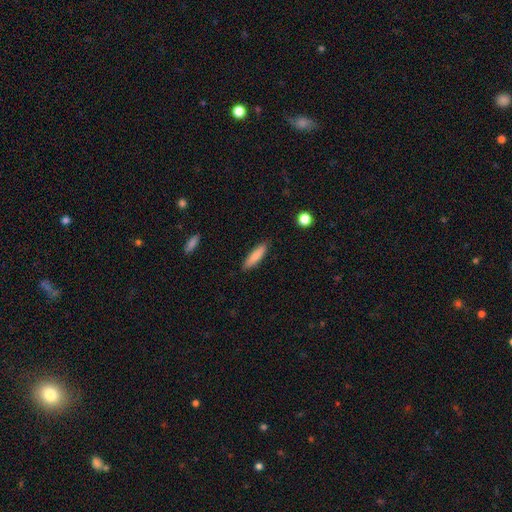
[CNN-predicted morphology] This is clearly a smooth galaxy (82%). How rounded: likely cigar-shaped (74%). Merging: clearly none (87%).